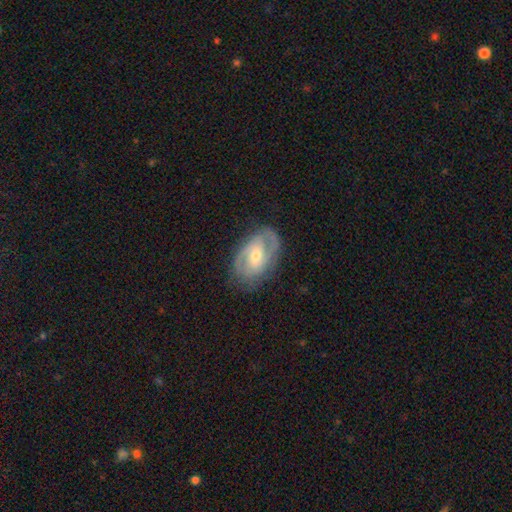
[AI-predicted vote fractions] smooth-or-featured: featured or disk: 80% | smooth: 14% | star or artifact: 5%
  disk-edge-on: no: 96% | yes: 4%
    bar: no: 49% | weak: 39% | strong: 12%
    has-spiral-arms: yes: 92% | no: 8%
      spiral-winding: tight: 44% | medium: 43% | loose: 13%
      spiral-arm-count: 2: 68% | can't tell: 15% | 3: 10% | 1: 4% | 4: 2% | more than 4: 2%
    bulge-size: moderate: 51% | small: 45% | large: 2% | none: 1% | dominant: 1%
  merging: none: 75% | minor disturbance: 18% | major disturbance: 6% | merger: 1%